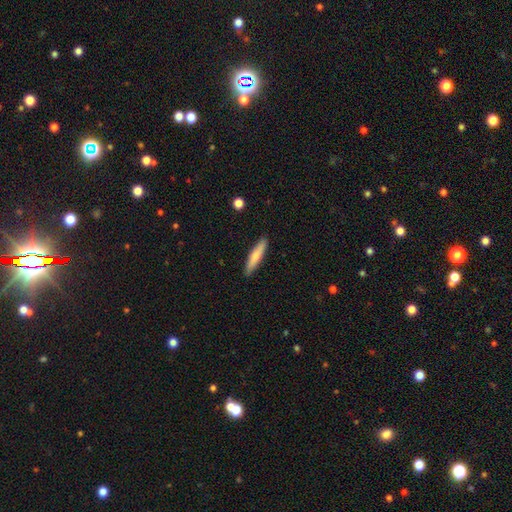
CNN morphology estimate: A smooth galaxy with no disk features (71%) that is cigar-shaped (88%). Merging: none (90%).